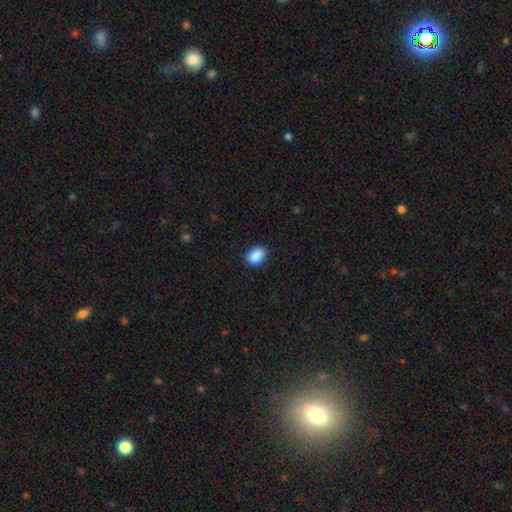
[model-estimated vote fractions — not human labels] smooth-or-featured: smooth: 90% | star or artifact: 8% | featured or disk: 3%
  how-rounded: in between: 83% | round: 15% | cigar-shaped: 1%
  merging: none: 87% | minor disturbance: 9% | major disturbance: 2% | merger: 1%